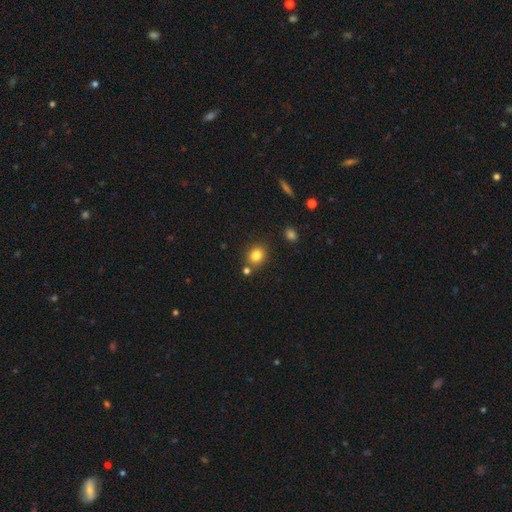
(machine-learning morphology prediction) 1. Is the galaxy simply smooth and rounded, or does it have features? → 82% smooth, 11% star or artifact, 7% featured or disk.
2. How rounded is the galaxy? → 59% round, 40% in between, 1% cigar-shaped.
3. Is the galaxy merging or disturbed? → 76% none, 11% minor disturbance, 10% merger, 3% major disturbance.